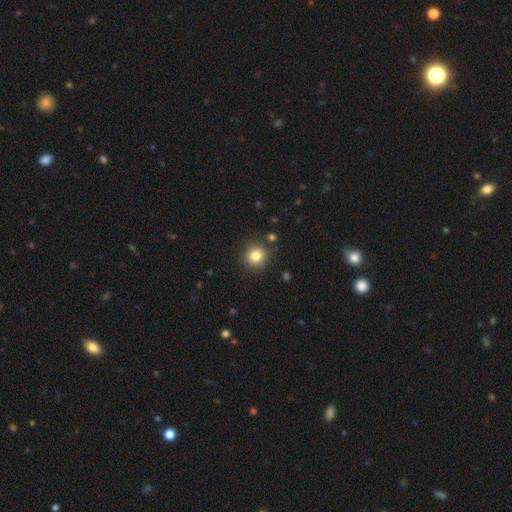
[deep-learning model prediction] This is clearly a smooth galaxy (82%). How rounded: clearly round (92%). Merging: clearly none (88%).